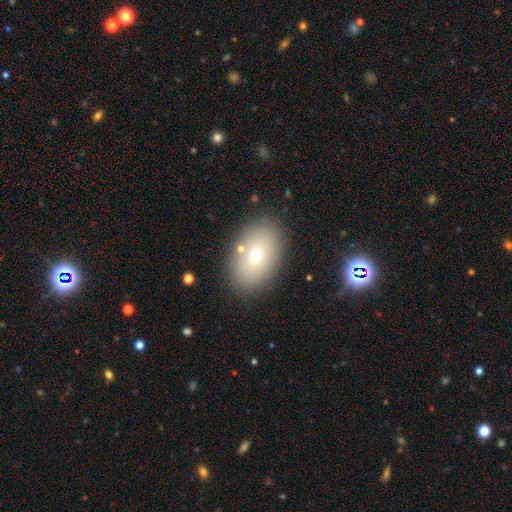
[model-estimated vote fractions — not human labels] The model was most divided on "smooth or featured": smooth: 68%, featured or disk: 20%, star or artifact: 12%. More confident: merging — none (84%); how rounded — in between (84%).